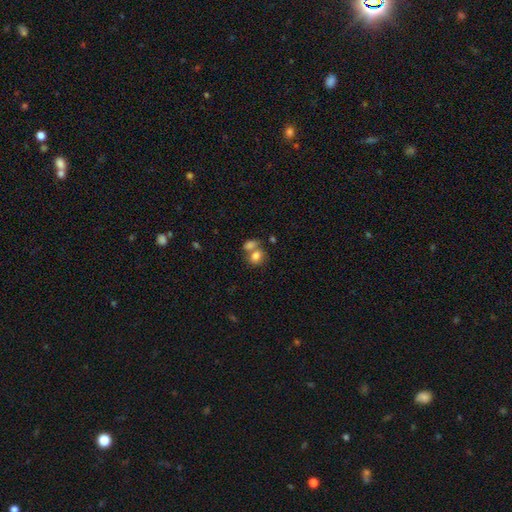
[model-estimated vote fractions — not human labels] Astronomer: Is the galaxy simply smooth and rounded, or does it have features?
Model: smooth — 79%.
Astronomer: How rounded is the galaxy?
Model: in between — 52% (runner-up: round, 47%).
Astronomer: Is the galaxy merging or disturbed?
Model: merger — 52% (runner-up: none, 35%).